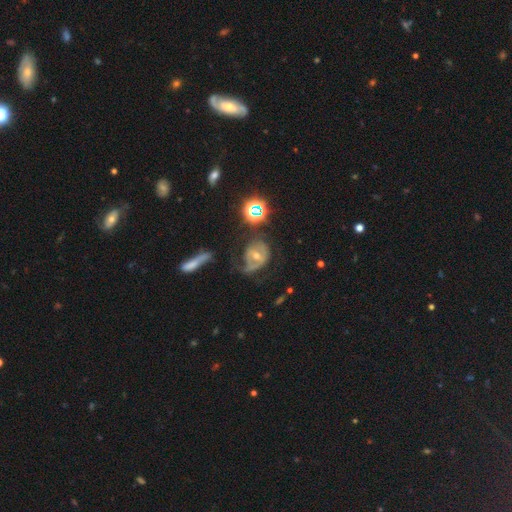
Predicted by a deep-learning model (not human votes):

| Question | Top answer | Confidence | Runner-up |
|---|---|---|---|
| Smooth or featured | featured or disk | 61% | smooth (23%) |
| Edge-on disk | no | 93% | yes (7%) |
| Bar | no | 51% | weak (31%) |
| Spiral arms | yes | 58% | no (42%) |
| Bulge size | moderate | 54% | small (40%) |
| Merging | none | 38% | major disturbance (29%) |